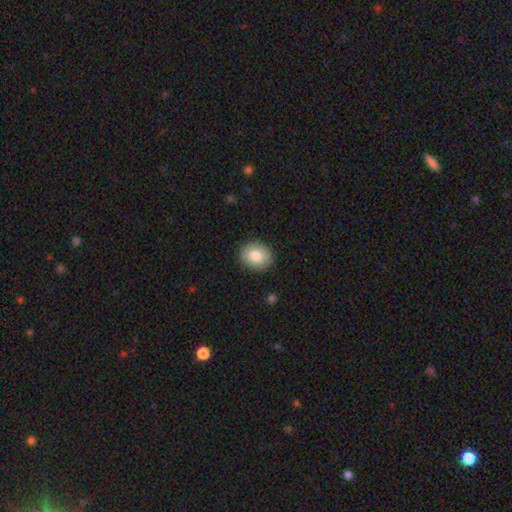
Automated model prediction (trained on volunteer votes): Morphology: type=smooth (83%); roundness=round (53%); merging=none (88%).